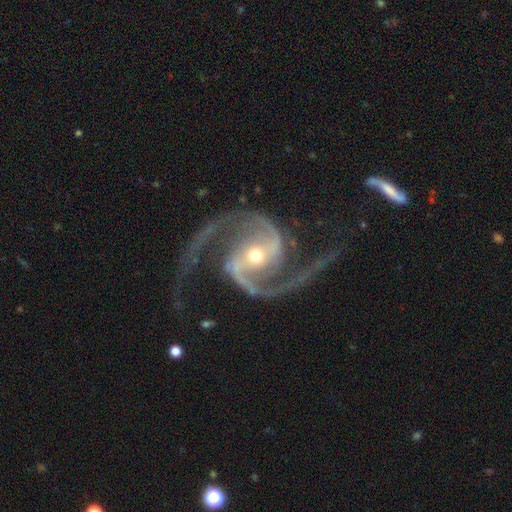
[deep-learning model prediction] A featured or disk galaxy (94%) with no bar (35%), 2 (94%) medium (52%) spiral arms (99%) and a moderate central bulge (63%).

Vote fractions:
- Smooth or featured? featured or disk: 94% / star or artifact: 4% / smooth: 2%
- Edge-on disk? no: 98% / yes: 2%
- Bar? no: 35% / weak: 33% / strong: 32%
- Spiral arms? yes: 99% / no: 1%
- Spiral winding? medium: 52% / loose: 35% / tight: 13%
- Spiral arm count? 2: 94% / 3: 1% / can't tell: 1% / 1: 1% / 4: 1% / more than 4: 1%
- Bulge size? moderate: 63% / small: 32% / large: 3% / none: 1% / dominant: 1%
- Merging? none: 73% / minor disturbance: 13% / major disturbance: 11% / merger: 2%